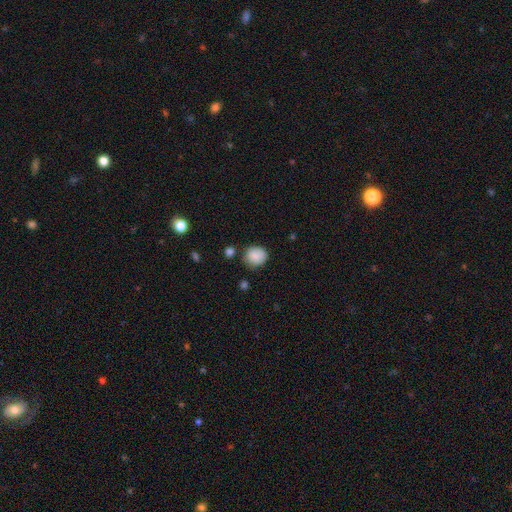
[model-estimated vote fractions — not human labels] Morphology: type=smooth (87%); roundness=round (79%); merging=none (76%).